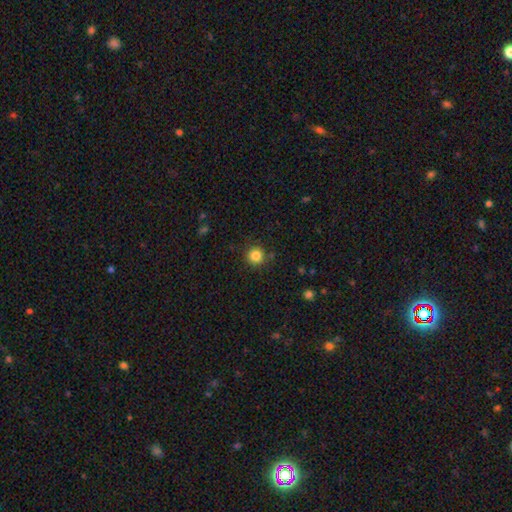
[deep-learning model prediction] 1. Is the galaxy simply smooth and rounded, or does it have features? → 84% smooth, 12% star or artifact, 5% featured or disk.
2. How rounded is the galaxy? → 93% round, 6% in between, 1% cigar-shaped.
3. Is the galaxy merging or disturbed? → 87% none, 8% minor disturbance, 3% major disturbance, 2% merger.